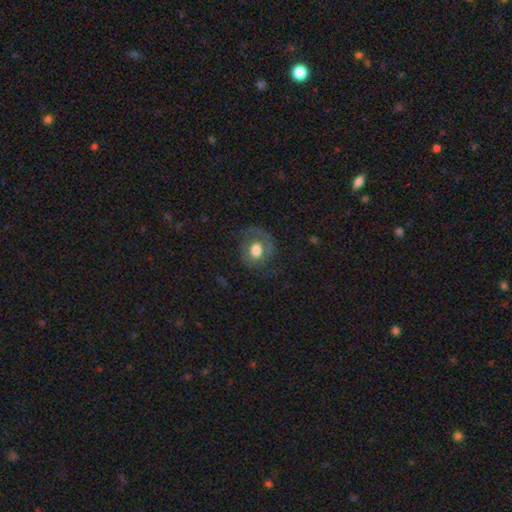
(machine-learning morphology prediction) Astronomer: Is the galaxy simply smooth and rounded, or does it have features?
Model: featured or disk — 52% (runner-up: smooth, 38%).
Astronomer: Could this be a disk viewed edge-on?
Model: no — 96%.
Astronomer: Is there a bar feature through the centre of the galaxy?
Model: no — 72%.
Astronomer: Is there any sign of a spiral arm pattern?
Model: yes — 67%.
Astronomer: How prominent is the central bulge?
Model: moderate — 49% (runner-up: large, 39%).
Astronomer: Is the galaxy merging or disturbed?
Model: none — 68%.